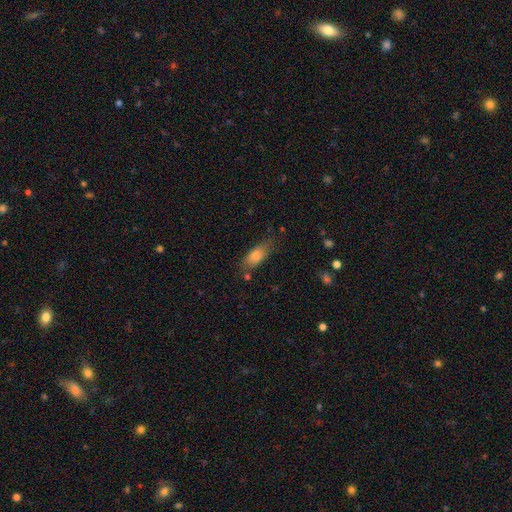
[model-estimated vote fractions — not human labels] Smooth or featured: smooth — 81% (featured or disk — 12%)
How rounded: in between — 77% (cigar-shaped — 20%)
Merging: none — 58% (minor disturbance — 27%)